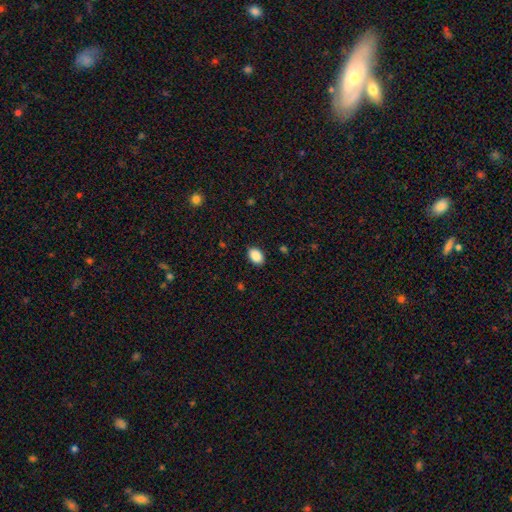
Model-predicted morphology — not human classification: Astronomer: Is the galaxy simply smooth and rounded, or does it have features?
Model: smooth — 89%.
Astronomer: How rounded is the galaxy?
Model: in between — 84%.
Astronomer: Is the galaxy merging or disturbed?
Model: none — 89%.